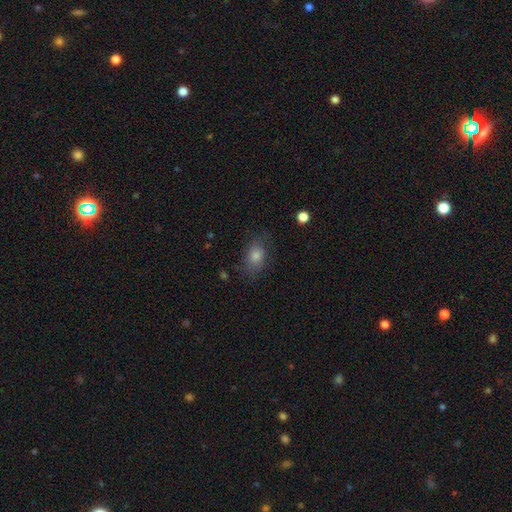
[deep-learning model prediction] A smooth galaxy with no disk features (62%) that is in between round and cigar-shaped (71%). Merging: none (73%).